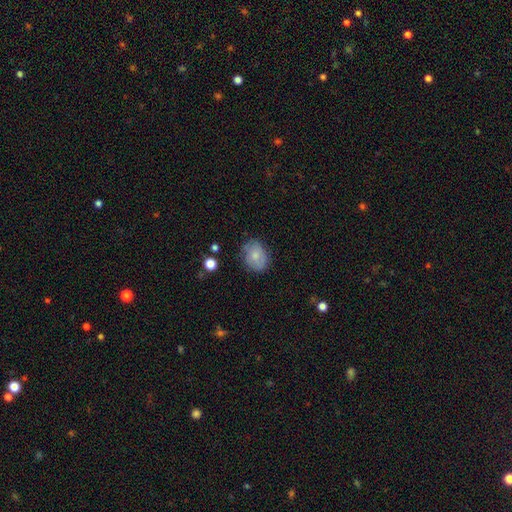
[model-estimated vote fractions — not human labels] A smooth galaxy with no disk features (75%) that is in between round and cigar-shaped (65%).

Vote fractions:
- Smooth or featured? smooth: 75% / featured or disk: 18% / star or artifact: 8%
- How rounded? in between: 65% / round: 34% / cigar-shaped: 1%
- Merging? none: 72% / minor disturbance: 21% / major disturbance: 5% / merger: 2%